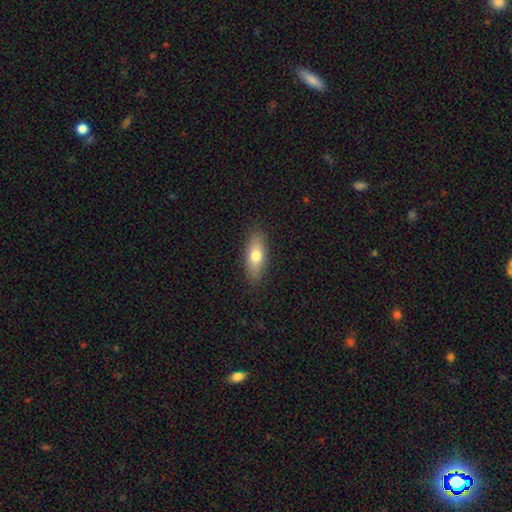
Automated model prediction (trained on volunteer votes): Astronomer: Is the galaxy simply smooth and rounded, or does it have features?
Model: smooth — 71%.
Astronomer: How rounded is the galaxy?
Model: in between — 69%.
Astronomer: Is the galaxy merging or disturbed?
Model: none — 87%.